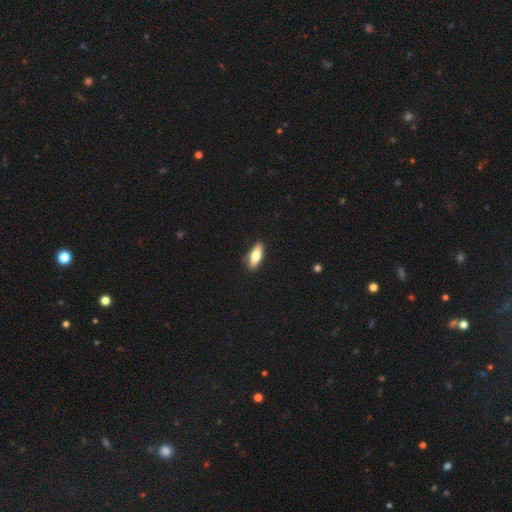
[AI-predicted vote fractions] Q: Smooth or featured?
A: smooth (69%); runner-up: featured or disk (25%)
Q: How rounded?
A: in between (65%); runner-up: cigar-shaped (33%)
Q: Merging?
A: none (87%); runner-up: minor disturbance (10%)